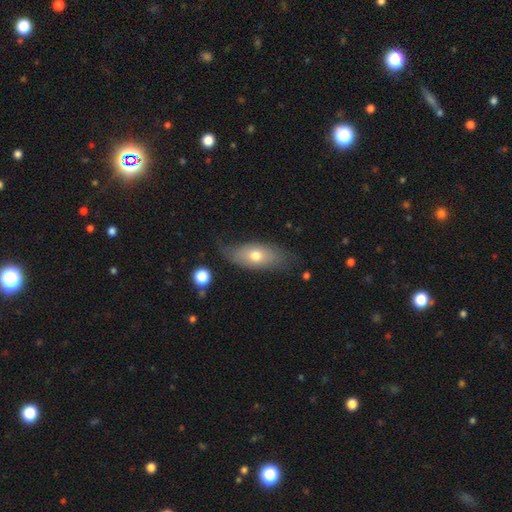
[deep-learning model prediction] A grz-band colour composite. It shows a smooth galaxy with no disk features (60%) that is in between round and cigar-shaped (82%). Merging: none (62%).